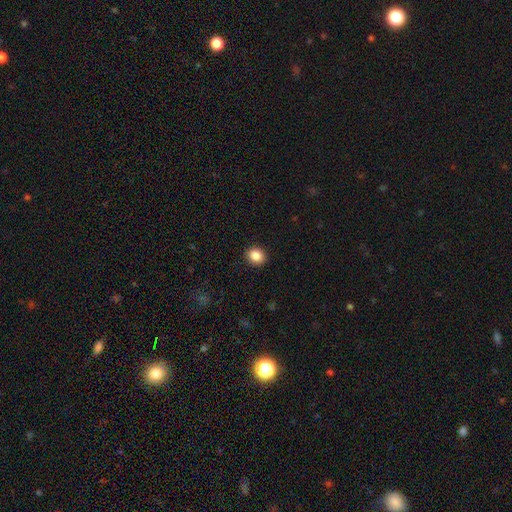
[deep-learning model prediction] This is clearly a smooth galaxy (86%). How rounded: likely round (69%). Merging: clearly none (92%).